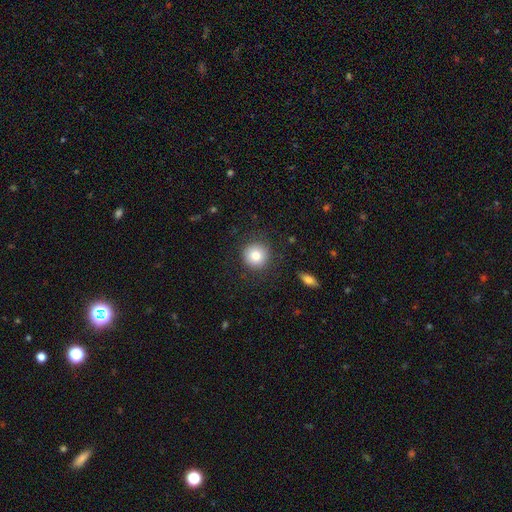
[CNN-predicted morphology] Smooth or featured? Predicted: smooth (p=0.81). How rounded? Predicted: round (p=0.94). Merging? Predicted: none (p=0.87).